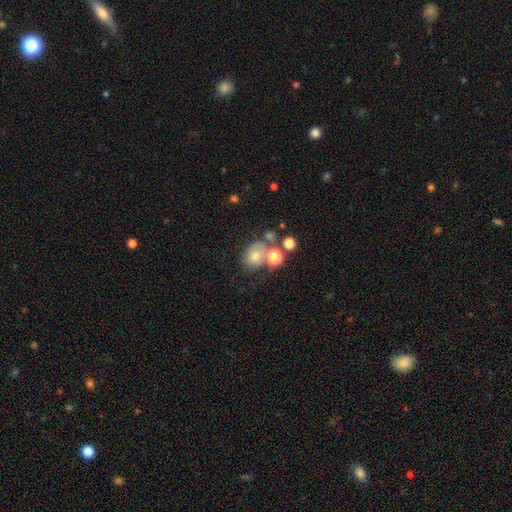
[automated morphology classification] smooth 63%, featured or disk 22%, star or artifact 15%. Down the decision tree: how rounded — round (52%); merging — none (46%).